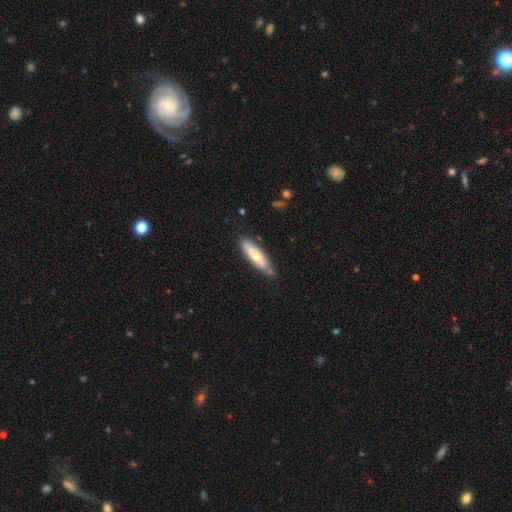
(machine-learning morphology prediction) smooth_or_featured: smooth (p=0.66) [alt: featured or disk p=0.29]
how_rounded: cigar-shaped (p=0.65) [alt: in between p=0.34]
merging: none (p=0.75) [alt: minor disturbance p=0.19]